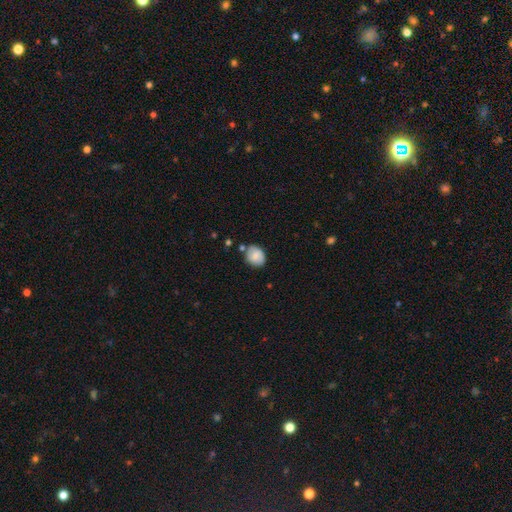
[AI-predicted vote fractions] This is likely a smooth galaxy (79%). How rounded: possibly round (55%). Merging: likely none (68%).